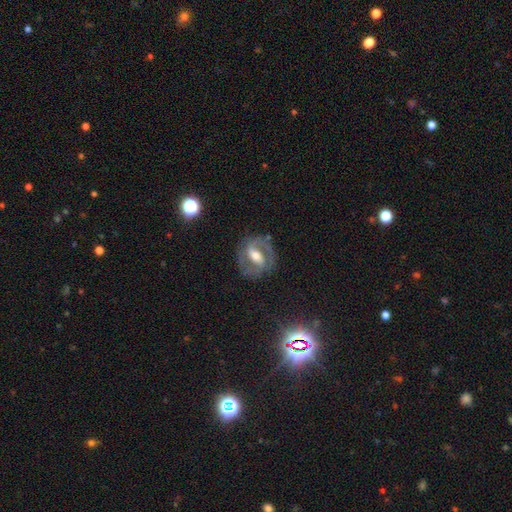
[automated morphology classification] This is clearly a featured or disk galaxy (82%). It is clearly not viewed edge-on (96%). Bar: marginally strong (45%). Spiral arm pattern: clearly yes (89%). Spiral arm count: clearly 2 (87%). Spiral winding: possibly medium (51%). Central bulge: likely moderate (65%). Merging: likely none (77%).